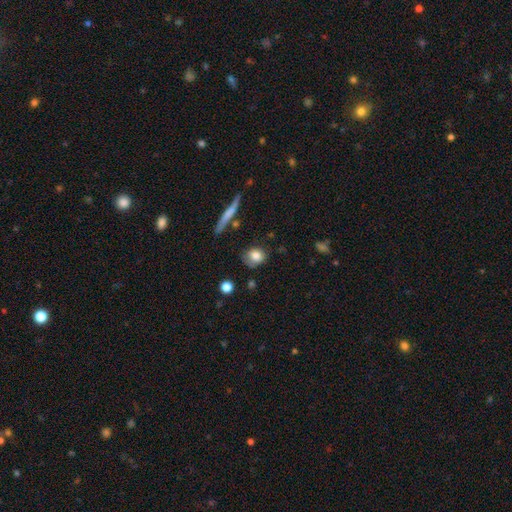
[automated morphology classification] This appears to be a smooth galaxy with no disk features (79%) that is round (52%). Merging: none (60%).